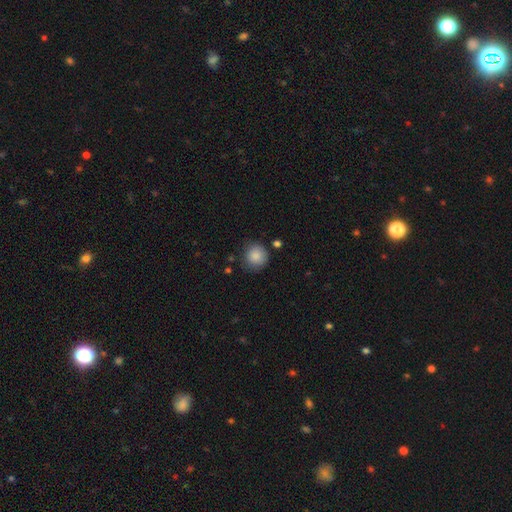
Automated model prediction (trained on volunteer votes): Smooth or featured? Predicted: smooth (p=0.87). How rounded? Predicted: round (p=0.90). Merging? Predicted: none (p=0.77).